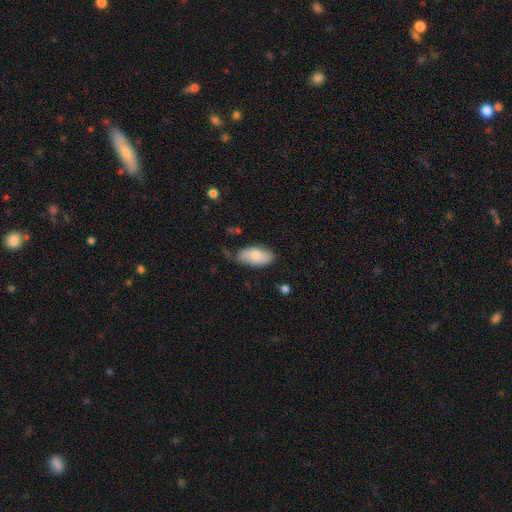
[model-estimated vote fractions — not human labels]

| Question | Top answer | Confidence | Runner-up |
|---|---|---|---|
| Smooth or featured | smooth | 76% | featured or disk (18%) |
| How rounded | in between | 94% | cigar-shaped (4%) |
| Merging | none | 62% | minor disturbance (28%) |